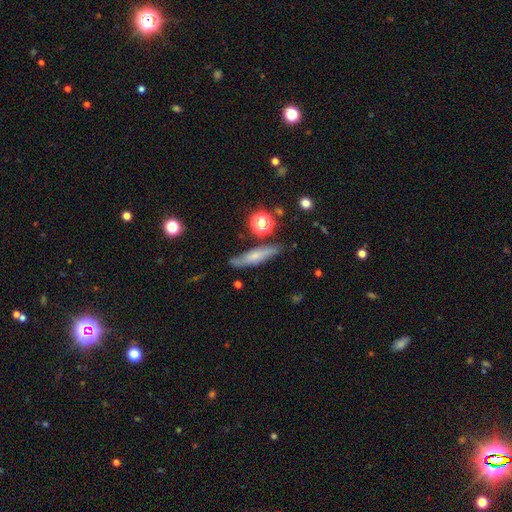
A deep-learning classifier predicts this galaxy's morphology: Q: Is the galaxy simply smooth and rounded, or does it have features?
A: smooth — 50%.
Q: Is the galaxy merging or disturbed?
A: none — 75%.